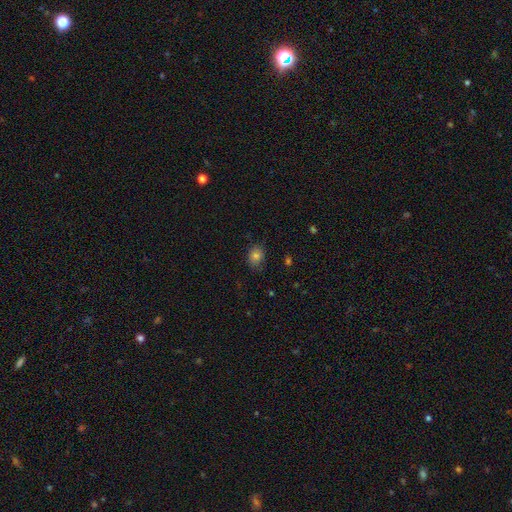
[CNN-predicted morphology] Smooth or featured: smooth — 79% (star or artifact — 12%)
How rounded: round — 50% (in between — 49%)
Merging: none — 76% (minor disturbance — 19%)